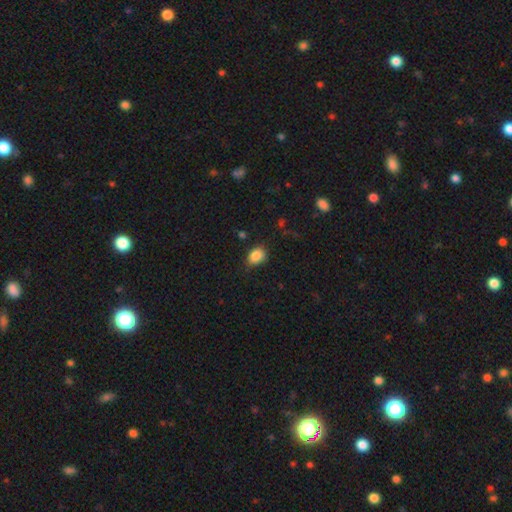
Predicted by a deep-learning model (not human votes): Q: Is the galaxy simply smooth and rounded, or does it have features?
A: smooth — 85%.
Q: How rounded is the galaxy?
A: in between — 62%.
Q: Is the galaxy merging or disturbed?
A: none — 66%.